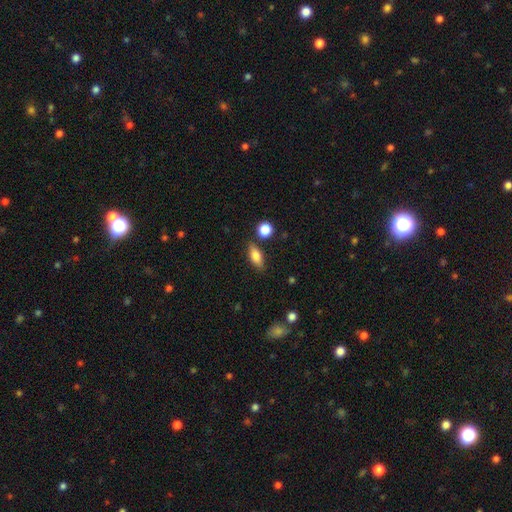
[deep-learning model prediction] This is likely a smooth galaxy (75%). How rounded: likely in between (75%). Merging: likely none (78%).